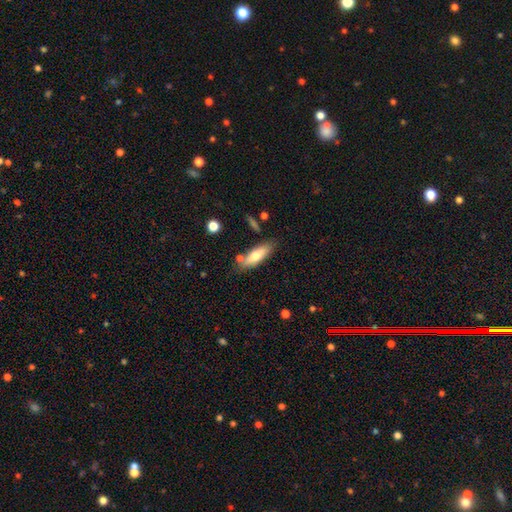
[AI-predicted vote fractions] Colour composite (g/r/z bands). It shows a smooth galaxy with no disk features (67%) that is in between round and cigar-shaped (57%). Merging: none (74%).